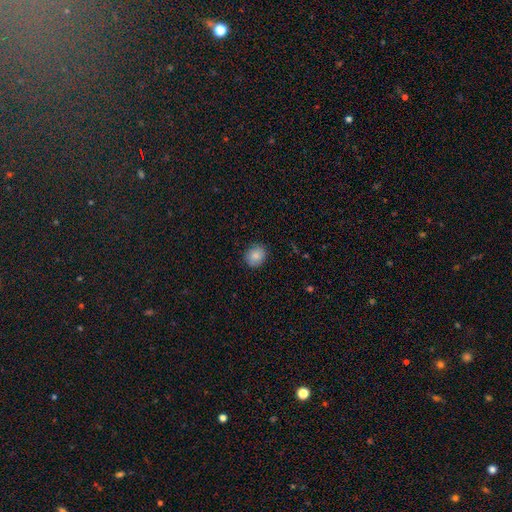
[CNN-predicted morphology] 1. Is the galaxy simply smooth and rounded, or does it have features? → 84% smooth, 8% star or artifact, 8% featured or disk.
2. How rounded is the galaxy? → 71% round, 29% in between, 1% cigar-shaped.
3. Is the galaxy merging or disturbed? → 86% none, 11% minor disturbance, 2% major disturbance, 1% merger.